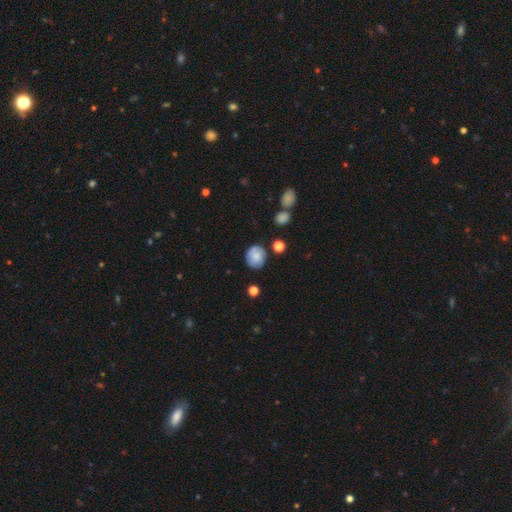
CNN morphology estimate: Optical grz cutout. It shows a smooth galaxy with no disk features (75%) that is round (78%). Merging: none (77%).